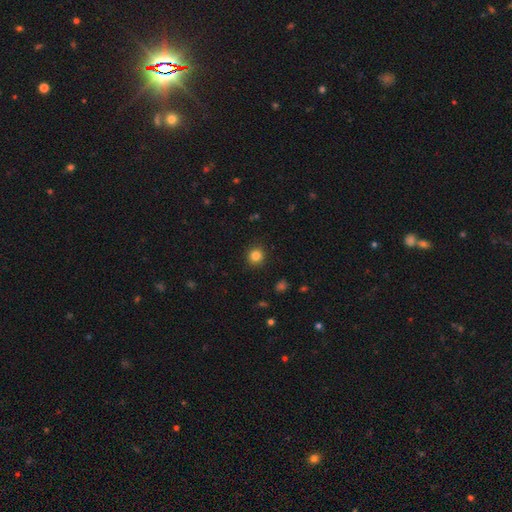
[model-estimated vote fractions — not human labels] Smooth or featured? Predicted: smooth (p=0.84). How rounded? Predicted: round (p=0.92). Merging? Predicted: none (p=0.91).